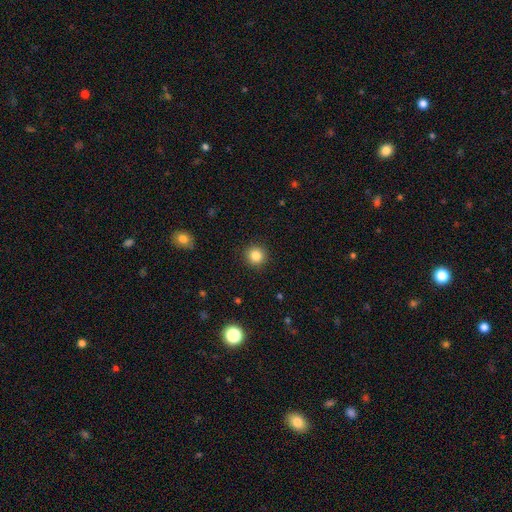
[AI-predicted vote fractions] Smooth or featured? Predicted: smooth (p=0.84). How rounded? Predicted: round (p=0.94). Merging? Predicted: none (p=0.92).